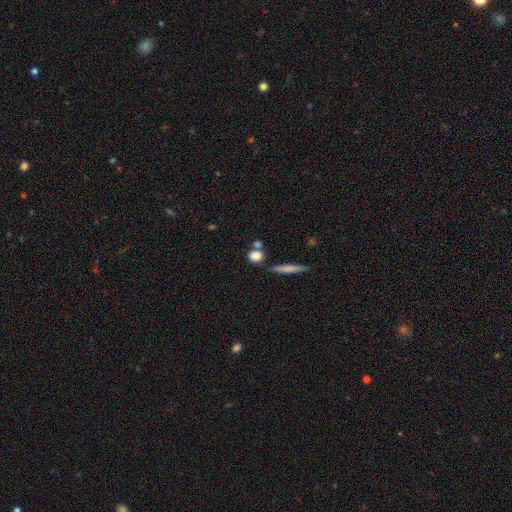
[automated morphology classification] The model was most divided on "merging": none: 65%, merger: 20%, minor disturbance: 12%, major disturbance: 4%. More confident: smooth or featured — smooth (82%); how rounded — round (70%).